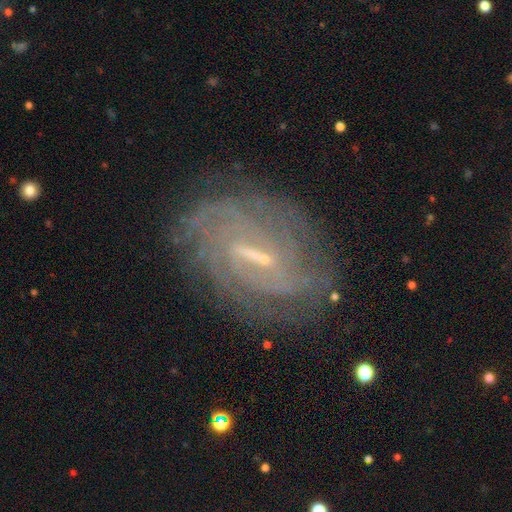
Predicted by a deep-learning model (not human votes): Q: Smooth or featured?
A: featured or disk (83%); runner-up: smooth (8%)
Q: Edge-on disk?
A: no (96%); runner-up: yes (4%)
Q: Bar?
A: weak (49%); runner-up: strong (37%)
Q: Spiral arms?
A: yes (92%); runner-up: no (8%)
Q: Spiral winding?
A: tight (66%); runner-up: medium (26%)
Q: Spiral arm count?
A: can't tell (43%); runner-up: 2 (17%)
Q: Bulge size?
A: small (66%); runner-up: moderate (21%)
Q: Merging?
A: none (78%); runner-up: minor disturbance (14%)